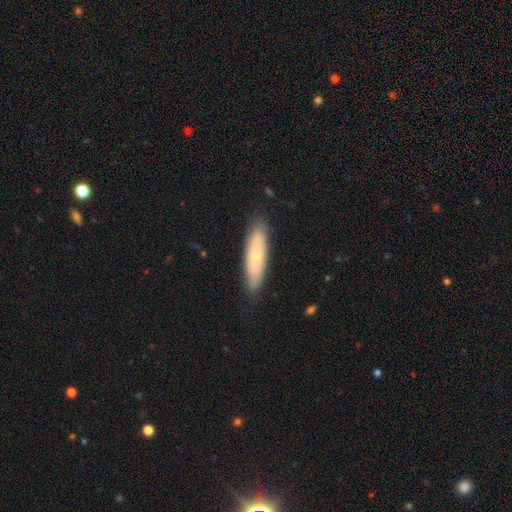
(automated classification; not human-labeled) Smooth or featured? smooth (62%)
How rounded? cigar-shaped (66%)
Merging? none (84%)